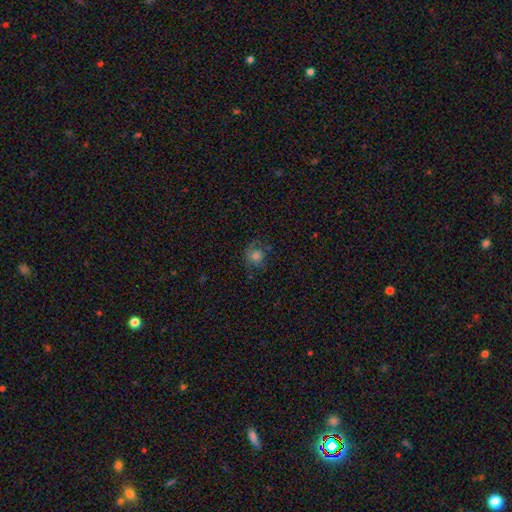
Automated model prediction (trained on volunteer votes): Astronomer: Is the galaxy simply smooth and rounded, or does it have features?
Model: smooth — 64%.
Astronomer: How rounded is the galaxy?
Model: round — 77%.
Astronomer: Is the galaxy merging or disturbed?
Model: none — 57%.